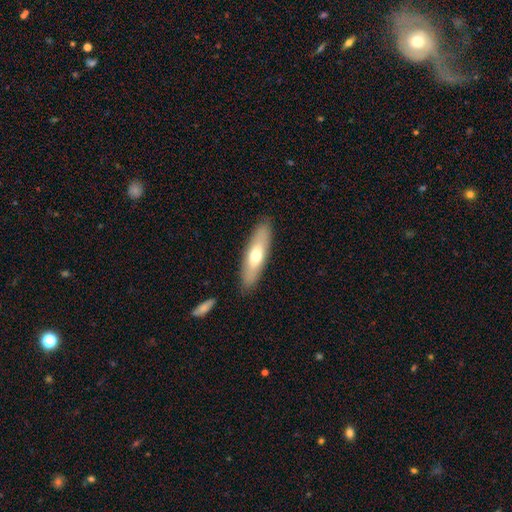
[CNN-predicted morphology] Smooth or featured: smooth — 58% (featured or disk — 36%)
How rounded: cigar-shaped — 55% (in between — 42%)
Merging: none — 88% (minor disturbance — 9%)